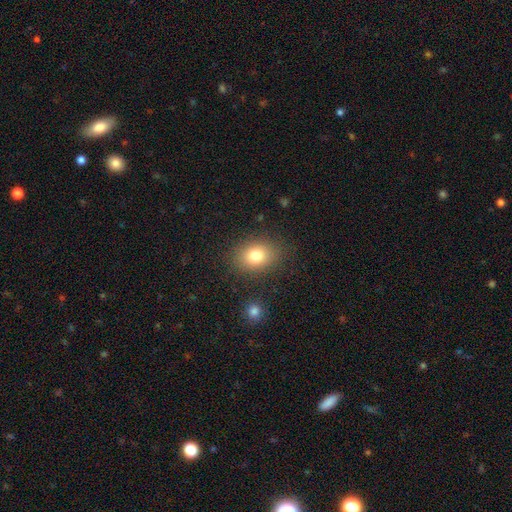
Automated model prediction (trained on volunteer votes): Q: Smooth or featured?
A: smooth (79%); runner-up: star or artifact (11%)
Q: How rounded?
A: in between (61%); runner-up: round (38%)
Q: Merging?
A: none (84%); runner-up: minor disturbance (10%)